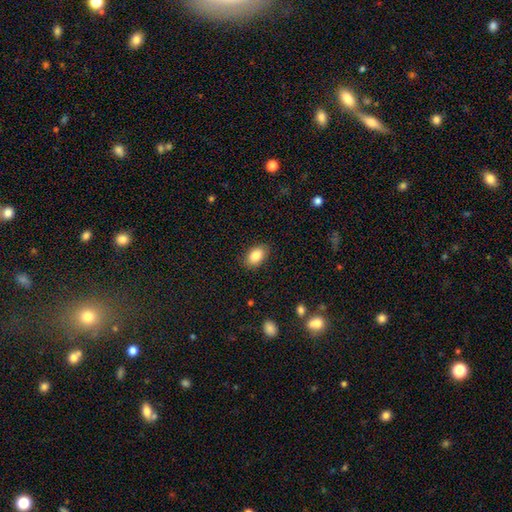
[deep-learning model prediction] Overall: smooth (86%). How rounded: in between (90%). Merging: none (87%).